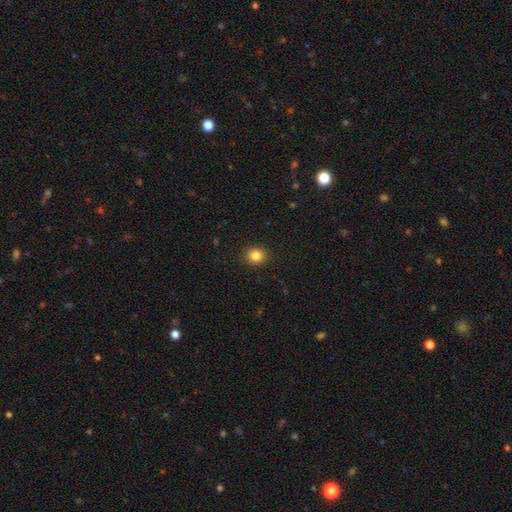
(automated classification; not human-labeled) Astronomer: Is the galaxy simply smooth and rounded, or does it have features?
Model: smooth — 83%.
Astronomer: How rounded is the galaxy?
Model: round — 82%.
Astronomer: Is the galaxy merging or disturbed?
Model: none — 91%.